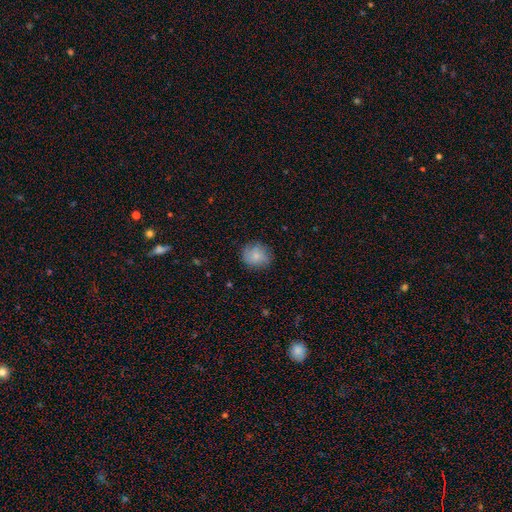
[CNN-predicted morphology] type=smooth (79%); roundness=round (81%); merging=none (80%).